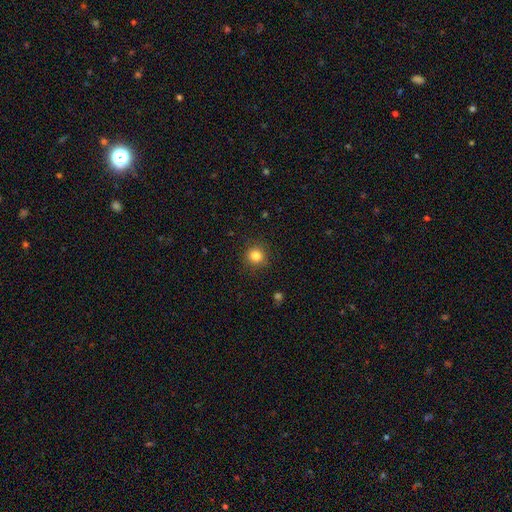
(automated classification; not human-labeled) The model was most divided on "smooth or featured": smooth: 83%, star or artifact: 12%, featured or disk: 5%. More confident: how rounded — round (92%); merging — none (90%).